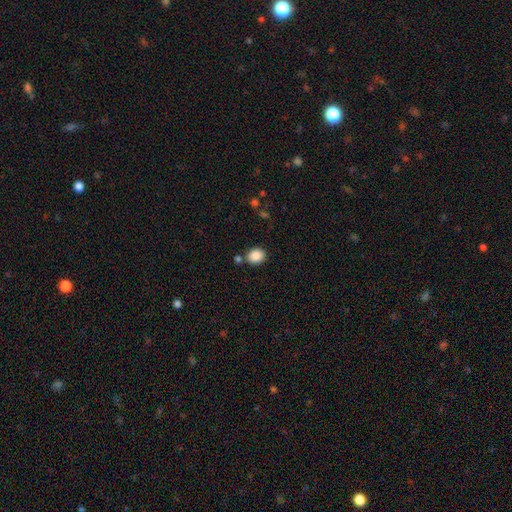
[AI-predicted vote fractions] Smooth or featured?
  - smooth: 88% *
  - star or artifact: 9%
  - featured or disk: 4%
How rounded?
  - round: 61% *
  - in between: 38%
  - cigar-shaped: 1%
Merging?
  - none: 75% *
  - minor disturbance: 11%
  - merger: 10%
  - major disturbance: 3%